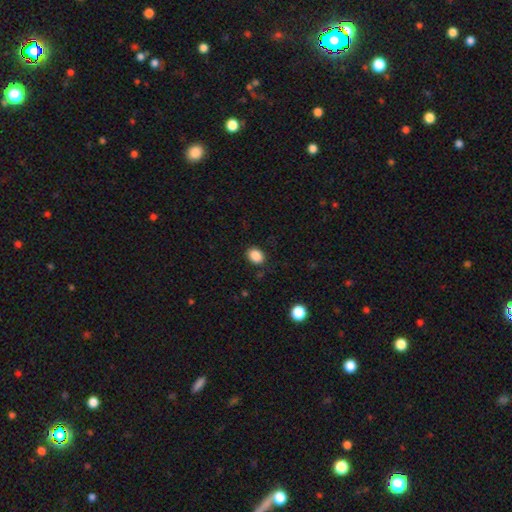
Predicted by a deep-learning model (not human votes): Morphology: type=smooth (88%); roundness=in between (65%); merging=none (86%).